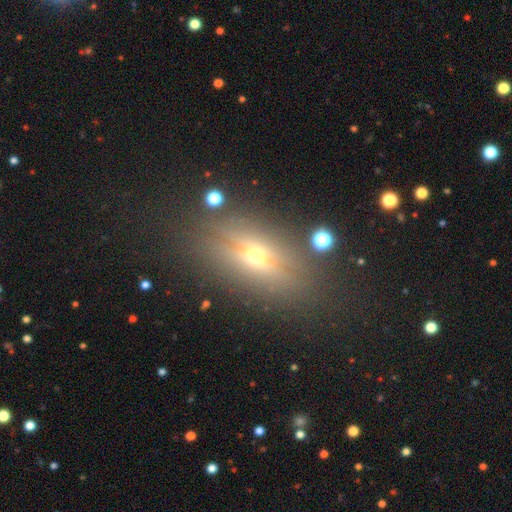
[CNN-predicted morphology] featured or disk 44%, smooth 38%, star or artifact 18%. Down the decision tree: merging — none (78%).